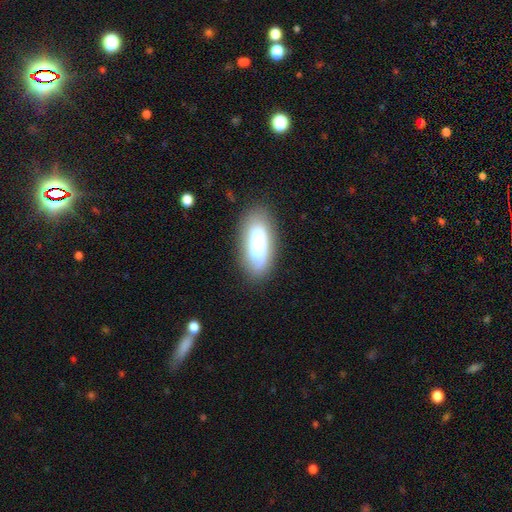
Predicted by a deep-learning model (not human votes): Smooth or featured?
  - smooth: 76% *
  - featured or disk: 16%
  - star or artifact: 8%
How rounded?
  - in between: 76% *
  - cigar-shaped: 21%
  - round: 3%
Merging?
  - none: 76% *
  - minor disturbance: 15%
  - major disturbance: 6%
  - merger: 3%